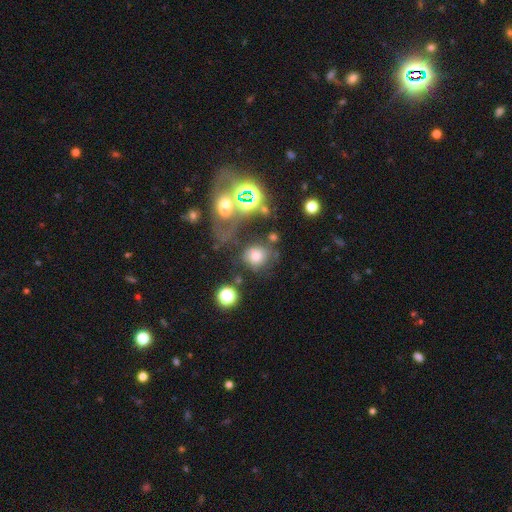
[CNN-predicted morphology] Q: Smooth or featured?
A: smooth (65%); runner-up: star or artifact (20%)
Q: How rounded?
A: round (74%); runner-up: in between (25%)
Q: Merging?
A: none (51%); runner-up: minor disturbance (18%)